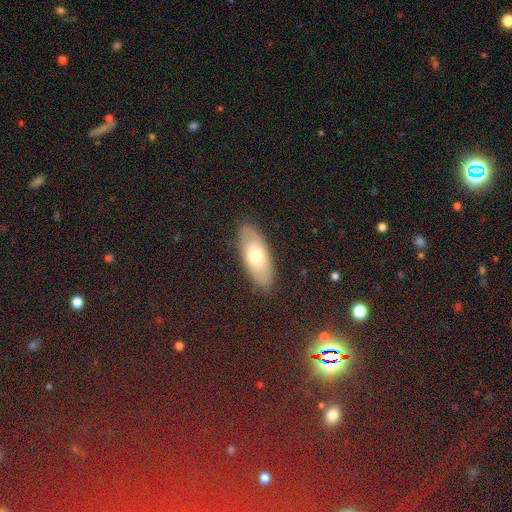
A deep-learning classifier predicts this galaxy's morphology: smooth_or_featured: smooth (p=0.64) [alt: featured or disk p=0.28]
how_rounded: in between (p=0.81) [alt: cigar-shaped p=0.15]
merging: none (p=0.87) [alt: minor disturbance p=0.09]